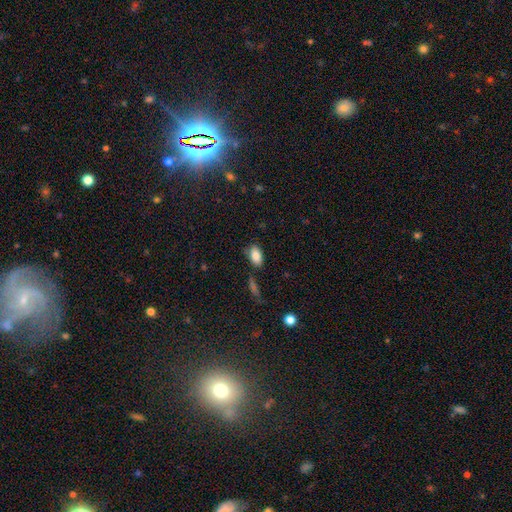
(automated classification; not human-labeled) Smooth or featured: smooth — 85% (star or artifact — 8%)
How rounded: in between — 91% (round — 5%)
Merging: none — 75% (minor disturbance — 16%)